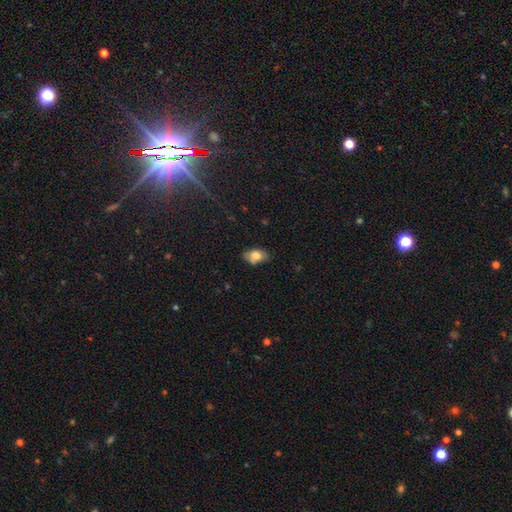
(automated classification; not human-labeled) A smooth galaxy with no disk features (75%) that is in between round and cigar-shaped (88%). Merging: none (66%).